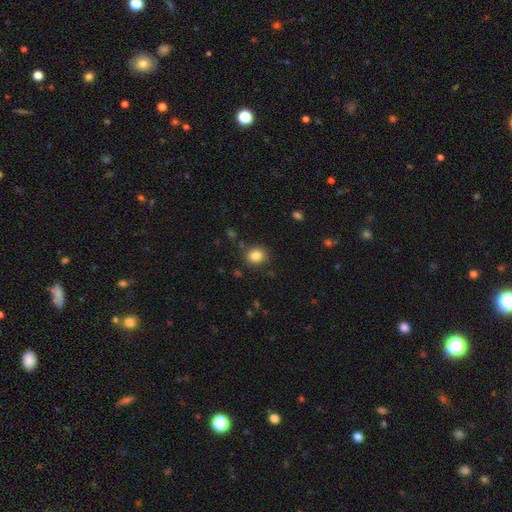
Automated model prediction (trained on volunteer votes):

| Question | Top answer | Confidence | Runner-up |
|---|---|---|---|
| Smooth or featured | smooth | 84% | star or artifact (11%) |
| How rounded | round | 76% | in between (23%) |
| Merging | none | 86% | minor disturbance (9%) |